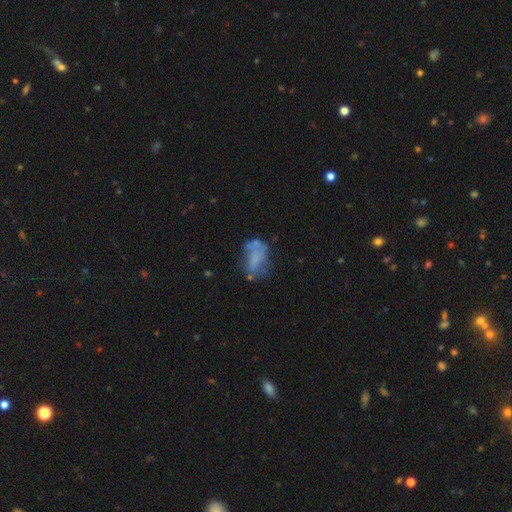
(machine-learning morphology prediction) Overall: featured or disk (45%; smooth 43%). Merging: none (37%; major disturbance 26%).